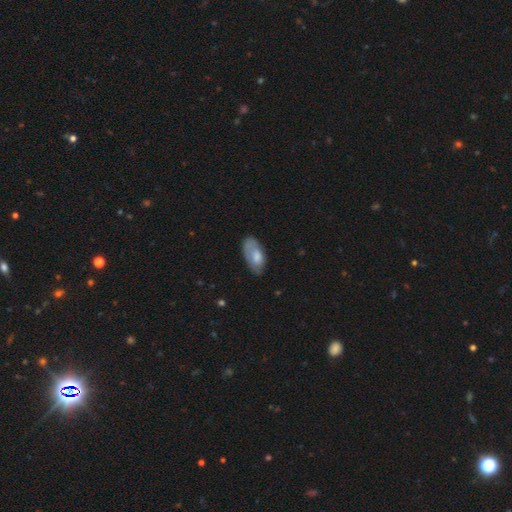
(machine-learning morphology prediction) Q: Smooth or featured?
A: smooth (69%); runner-up: featured or disk (25%)
Q: How rounded?
A: in between (91%); runner-up: cigar-shaped (7%)
Q: Merging?
A: none (52%); runner-up: minor disturbance (32%)